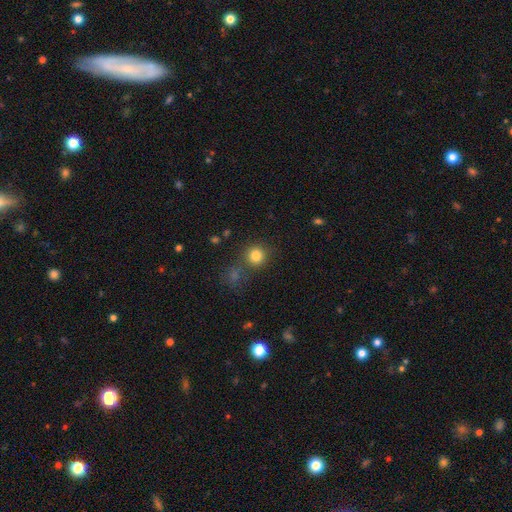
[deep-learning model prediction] This is clearly a smooth galaxy (82%). How rounded: clearly round (90%). Merging: likely none (74%).